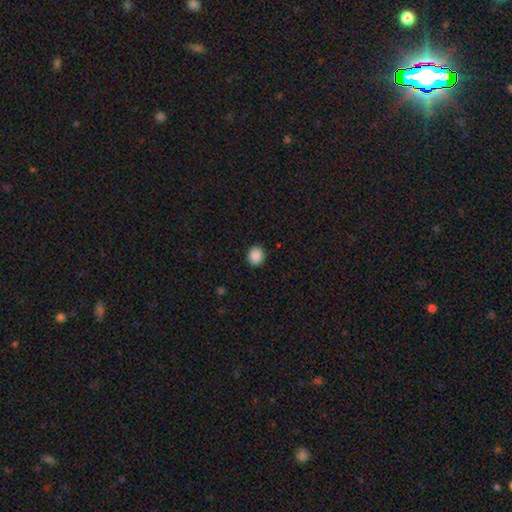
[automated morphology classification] Overall: smooth (88%). How rounded: round (80%). Merging: none (90%).